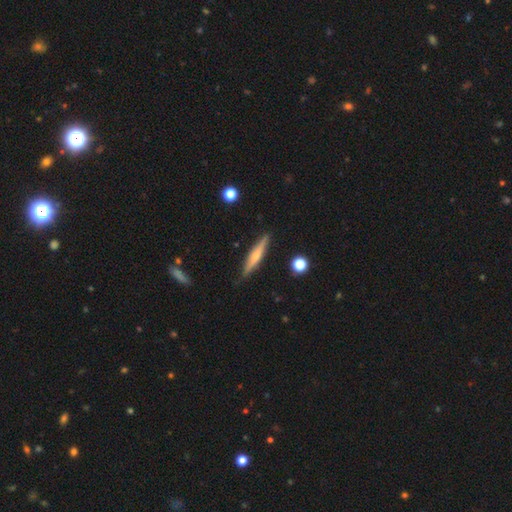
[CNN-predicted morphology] This appears to be a featured or disk galaxy (52%) viewed edge-on (95%). Merging: none (87%).